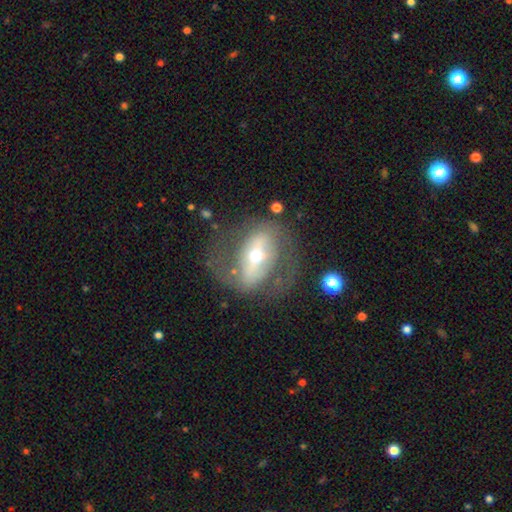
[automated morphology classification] smooth-or-featured: featured or disk: 74% | smooth: 19% | star or artifact: 7%
  disk-edge-on: no: 90% | yes: 10%
    bar: strong: 55% | weak: 24% | no: 21%
    has-spiral-arms: yes: 53% | no: 47%
    bulge-size: moderate: 52% | small: 42% | large: 4% | dominant: 1% | none: 1%
  merging: none: 61% | major disturbance: 19% | minor disturbance: 17% | merger: 3%